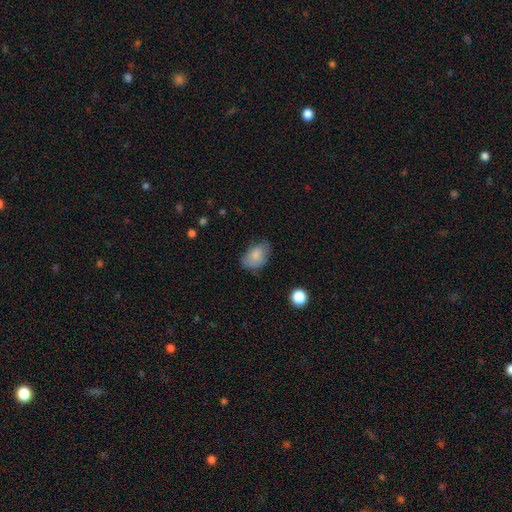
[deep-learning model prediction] Morphology: type=smooth (82%); roundness=in between (86%); merging=none (64%).